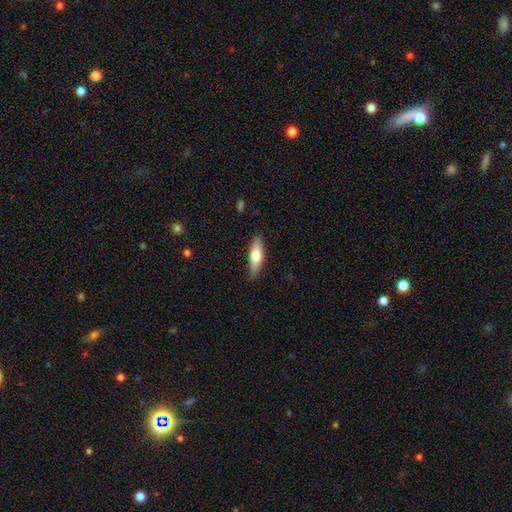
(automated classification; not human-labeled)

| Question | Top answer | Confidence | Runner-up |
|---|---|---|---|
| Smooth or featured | smooth | 60% | featured or disk (34%) |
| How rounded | cigar-shaped | 59% | in between (39%) |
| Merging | none | 85% | minor disturbance (11%) |